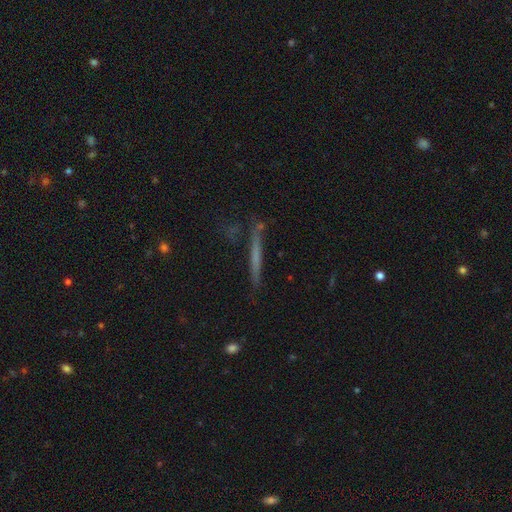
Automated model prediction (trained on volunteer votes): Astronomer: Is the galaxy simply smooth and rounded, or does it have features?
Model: featured or disk — 50% (runner-up: smooth, 41%).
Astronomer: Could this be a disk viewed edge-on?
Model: yes — 95%.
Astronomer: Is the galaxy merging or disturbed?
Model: none — 83%.